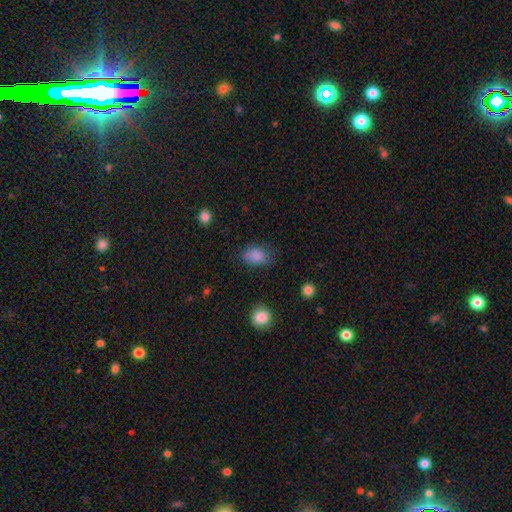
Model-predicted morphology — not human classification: type=smooth (84%); roundness=in between (76%); merging=none (65%).